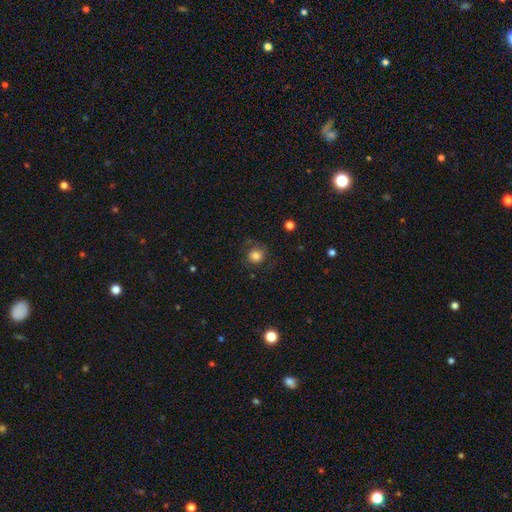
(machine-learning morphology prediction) smooth-or-featured: smooth: 71% | featured or disk: 18% | star or artifact: 11%
  how-rounded: round: 84% | in between: 15% | cigar-shaped: 1%
  merging: none: 67% | minor disturbance: 18% | major disturbance: 13% | merger: 1%